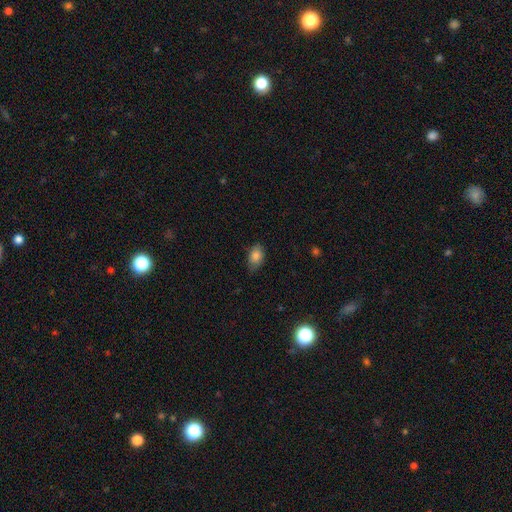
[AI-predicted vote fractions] Overall: smooth (83%). How rounded: in between (87%). Merging: none (71%).